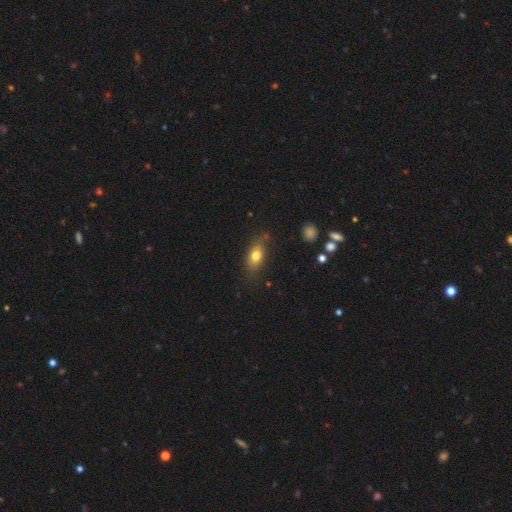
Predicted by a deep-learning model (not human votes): This appears to be a smooth galaxy with no disk features (76%) that is in between round and cigar-shaped (80%). Merging: none (73%).